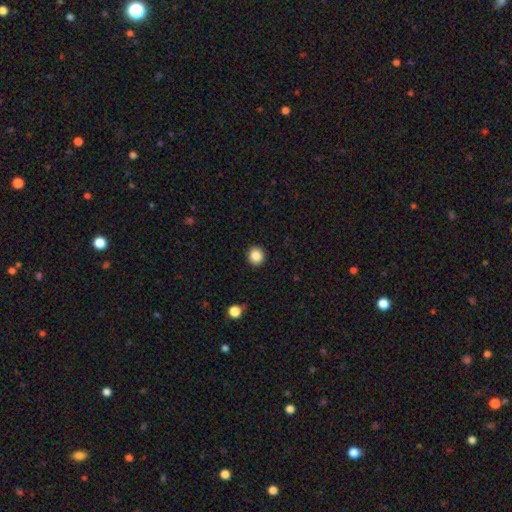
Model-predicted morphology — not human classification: smooth-or-featured: smooth: 86% | star or artifact: 10% | featured or disk: 4%
  how-rounded: round: 90% | in between: 9% | cigar-shaped: 1%
  merging: none: 92% | minor disturbance: 5% | major disturbance: 2% | merger: 1%